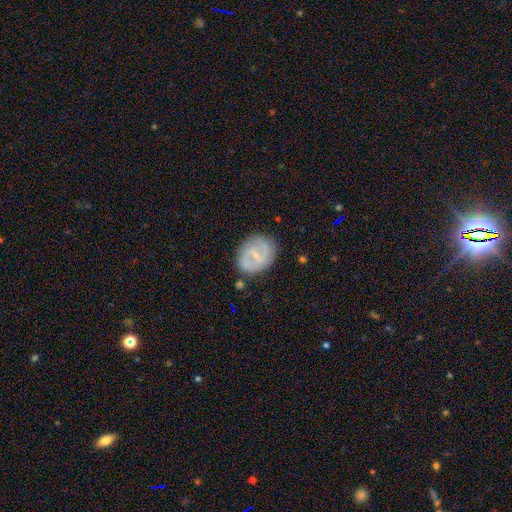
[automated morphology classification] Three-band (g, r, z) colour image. It shows a featured or disk galaxy (67%) with a weak bar (53%), 2 (76%) medium (45%) spiral arms (80%) and a small central bulge (70%). Merging: none (77%).